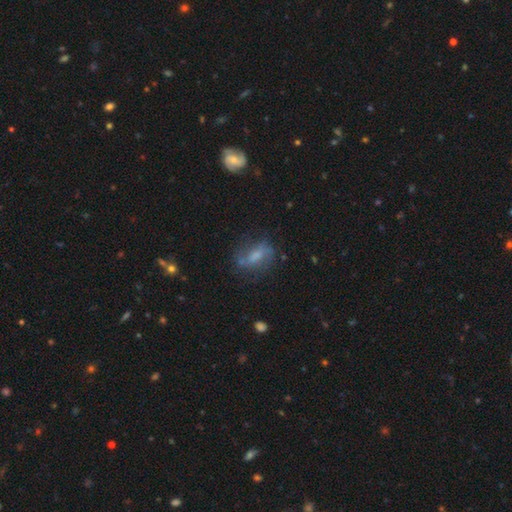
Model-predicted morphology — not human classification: smooth 46%, featured or disk 42%, star or artifact 12%. Down the decision tree: merging — none (61%).